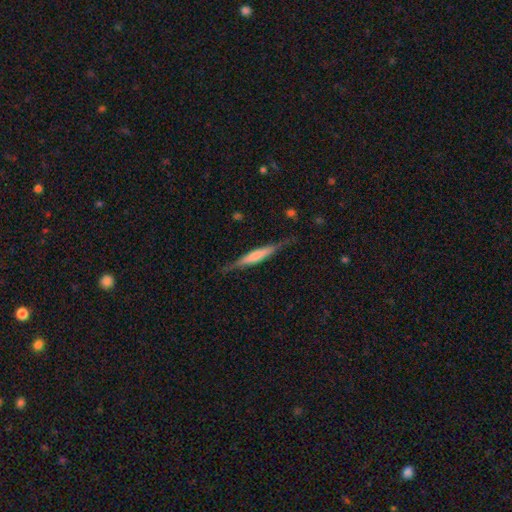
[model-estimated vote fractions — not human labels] Overall: featured or disk (52%; smooth 42%). Edge-on disk: yes (95%). Merging: none (81%).